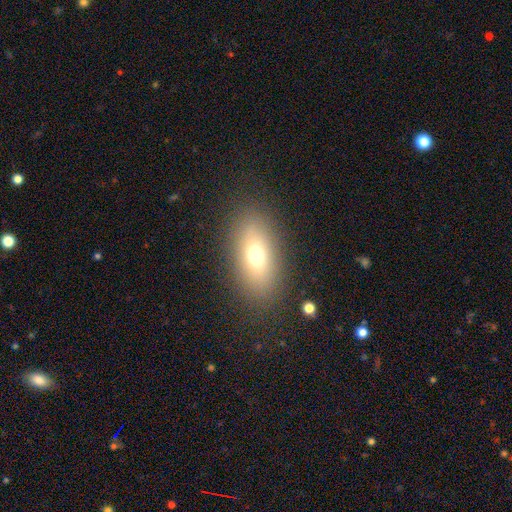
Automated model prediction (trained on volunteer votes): Smooth or featured? Predicted: smooth (p=0.69). How rounded? Predicted: in between (p=0.83). Merging? Predicted: none (p=0.85).